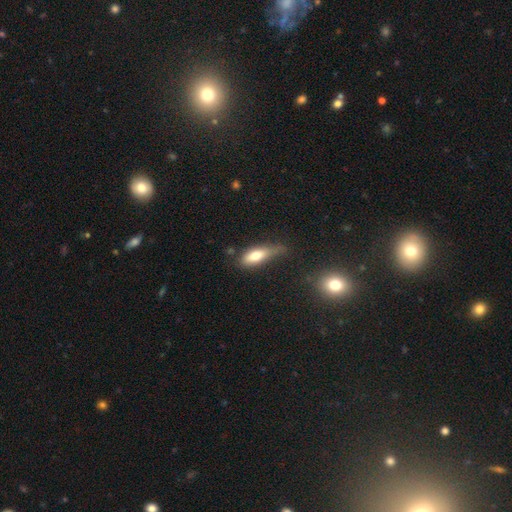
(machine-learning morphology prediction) A smooth galaxy with no disk features (71%) that is in between round and cigar-shaped (65%).

Vote fractions:
- Smooth or featured? smooth: 71% / featured or disk: 21% / star or artifact: 8%
- How rounded? in between: 65% / cigar-shaped: 31% / round: 3%
- Merging? none: 40% / minor disturbance: 38% / major disturbance: 17% / merger: 5%